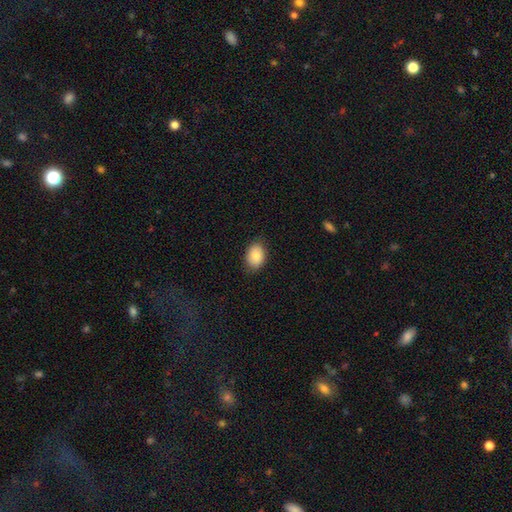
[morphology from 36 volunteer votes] This appears to be a smooth galaxy with no disk features (92%) that is in between round and cigar-shaped (67%). Merging: none (83%).